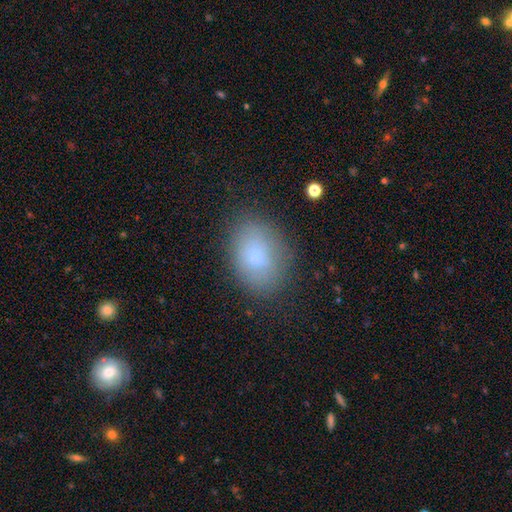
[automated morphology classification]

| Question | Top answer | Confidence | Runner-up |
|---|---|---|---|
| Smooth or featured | smooth | 79% | featured or disk (12%) |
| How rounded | in between | 80% | round (19%) |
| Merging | none | 80% | minor disturbance (14%) |